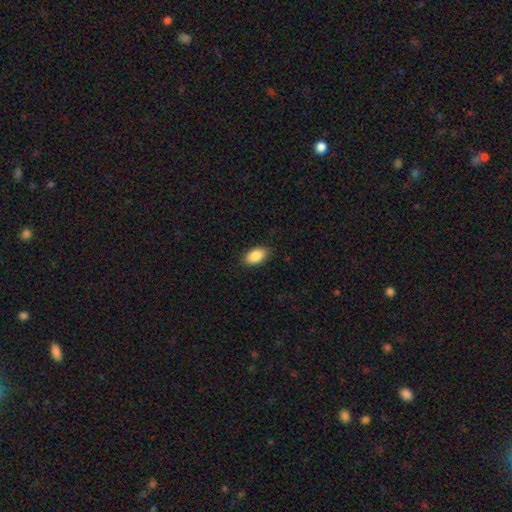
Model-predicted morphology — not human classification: A smooth galaxy with no disk features (88%) that is in between round and cigar-shaped (93%).

Vote fractions:
- Smooth or featured? smooth: 88% / star or artifact: 7% / featured or disk: 5%
- How rounded? in between: 93% / round: 6% / cigar-shaped: 2%
- Merging? none: 87% / minor disturbance: 10% / major disturbance: 2% / merger: 1%